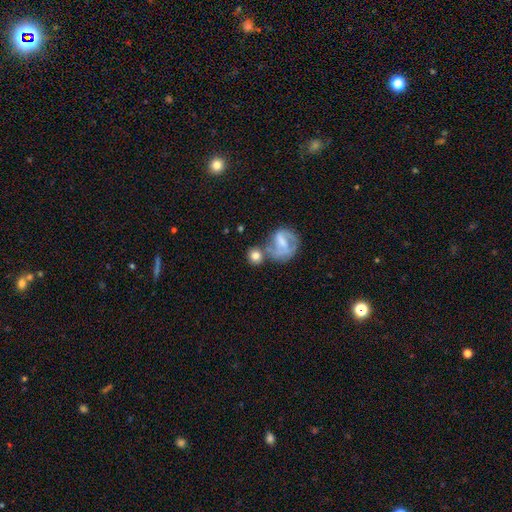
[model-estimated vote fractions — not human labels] This appears to be a smooth galaxy with no disk features (69%) that is round (86%). Merging: none (55%).